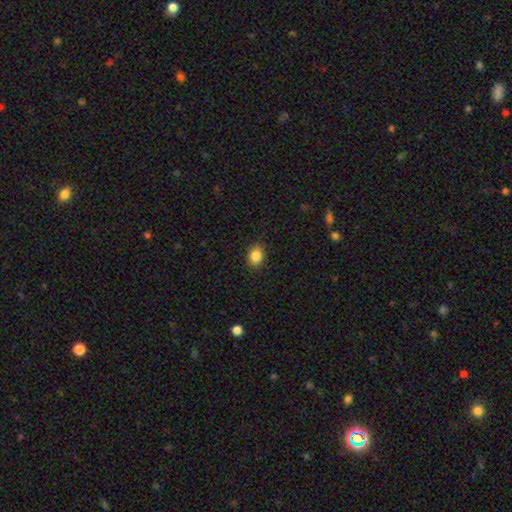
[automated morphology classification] Smooth or featured? Predicted: smooth (p=0.86). How rounded? Predicted: in between (p=0.68). Merging? Predicted: none (p=0.89).